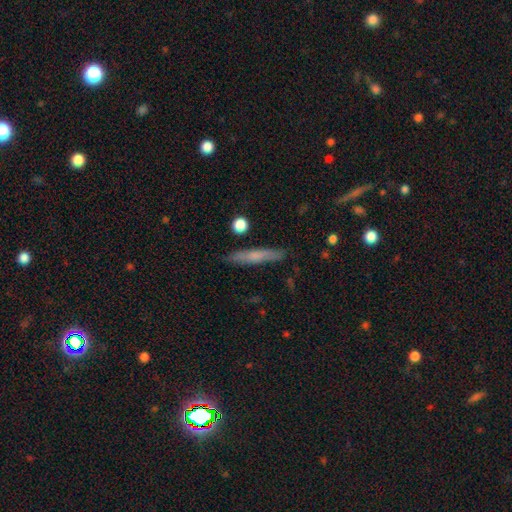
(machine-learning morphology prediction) A smooth galaxy with no disk features (58%) that is cigar-shaped (92%). Merging: none (87%).